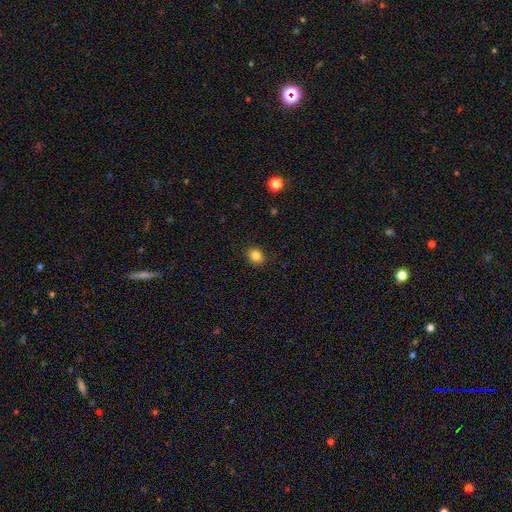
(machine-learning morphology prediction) Smooth or featured: smooth — 84% (star or artifact — 11%)
How rounded: round — 70% (in between — 30%)
Merging: none — 88% (minor disturbance — 9%)